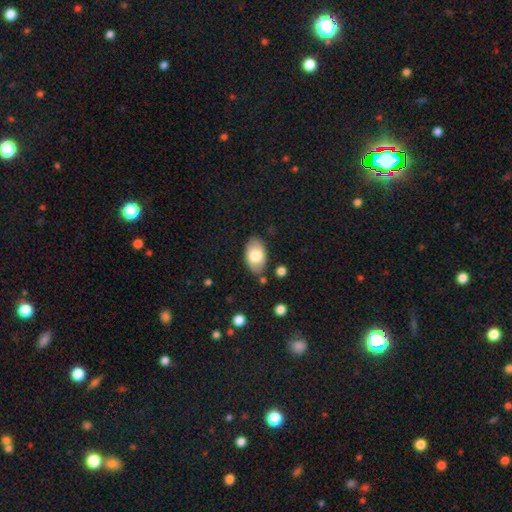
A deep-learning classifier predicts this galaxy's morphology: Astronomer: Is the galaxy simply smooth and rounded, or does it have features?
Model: smooth — 76%.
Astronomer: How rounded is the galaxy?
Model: in between — 94%.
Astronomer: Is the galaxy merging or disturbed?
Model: none — 82%.